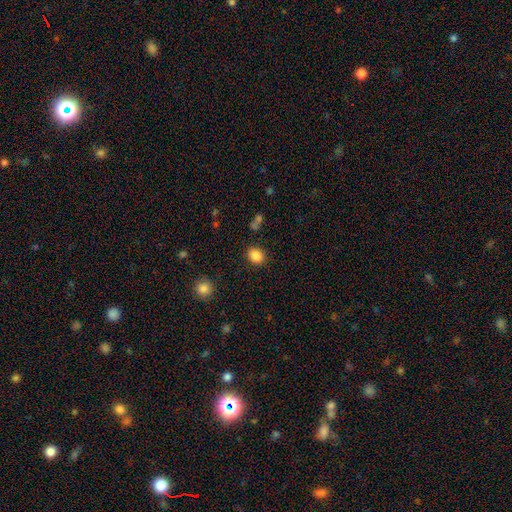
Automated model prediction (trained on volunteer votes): Smooth or featured?
  - smooth: 87% *
  - star or artifact: 10%
  - featured or disk: 4%
How rounded?
  - round: 50% *
  - in between: 49%
  - cigar-shaped: 1%
Merging?
  - none: 85% *
  - minor disturbance: 9%
  - major disturbance: 3%
  - merger: 2%